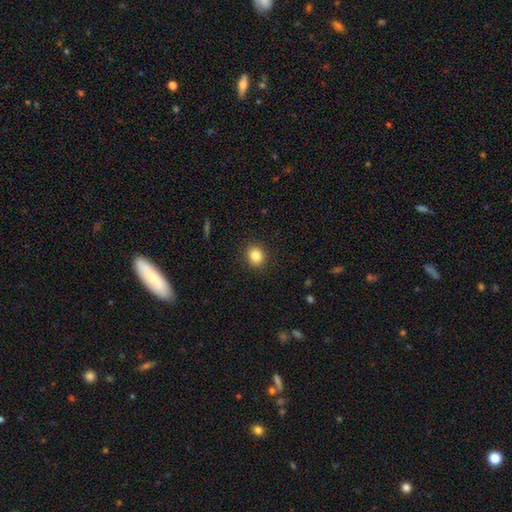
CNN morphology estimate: This appears to be a smooth galaxy with no disk features (83%) that is round (76%). Merging: none (91%).